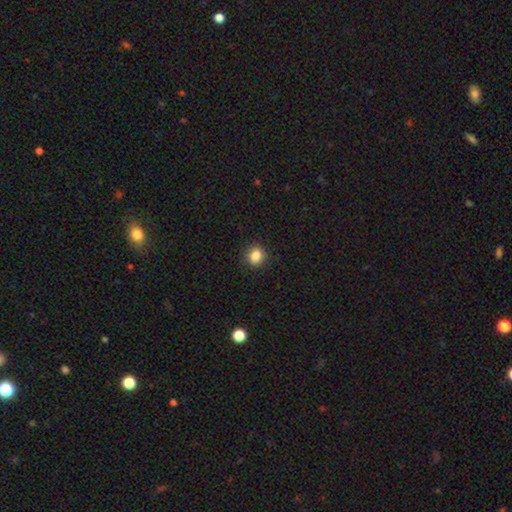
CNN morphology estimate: The model was most divided on "how rounded": round: 82%, in between: 17%, cigar-shaped: 1%. More confident: merging — none (90%); smooth or featured — smooth (84%).